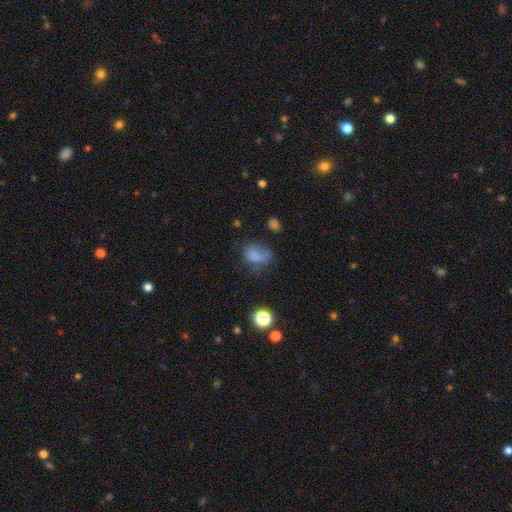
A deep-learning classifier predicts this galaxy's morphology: Smooth or featured?
  - smooth: 70% *
  - star or artifact: 16%
  - featured or disk: 14%
How rounded?
  - in between: 68% *
  - round: 30%
  - cigar-shaped: 2%
Merging?
  - none: 42% *
  - minor disturbance: 29%
  - major disturbance: 24%
  - merger: 5%